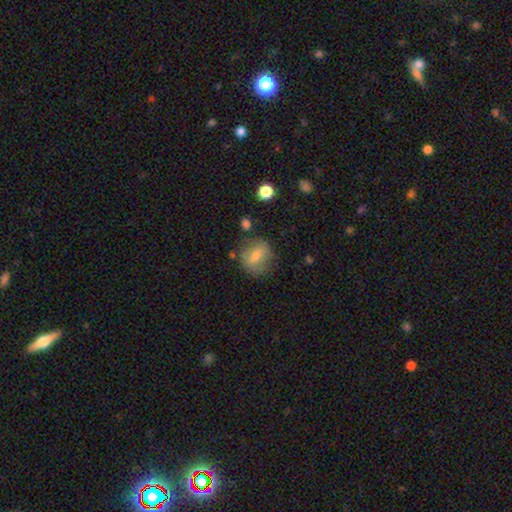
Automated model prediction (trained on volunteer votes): smooth_or_featured: smooth (p=0.63) [alt: featured or disk p=0.28]
how_rounded: round (p=0.65) [alt: in between p=0.33]
merging: none (p=0.67) [alt: minor disturbance p=0.20]